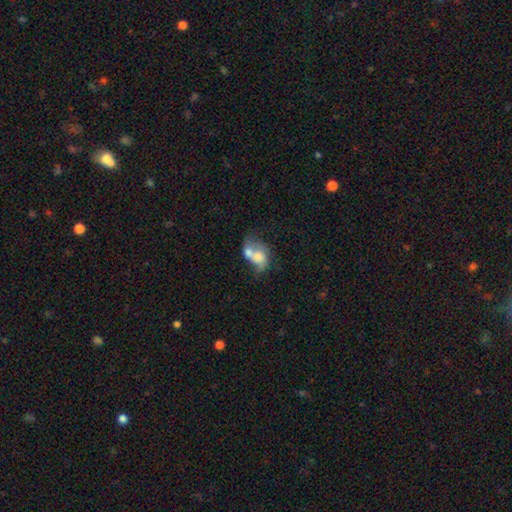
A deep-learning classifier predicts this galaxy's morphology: Smooth or featured? Predicted: smooth (p=0.51). How rounded? Predicted: in between (p=0.69). Merging? Predicted: merger (p=0.62).